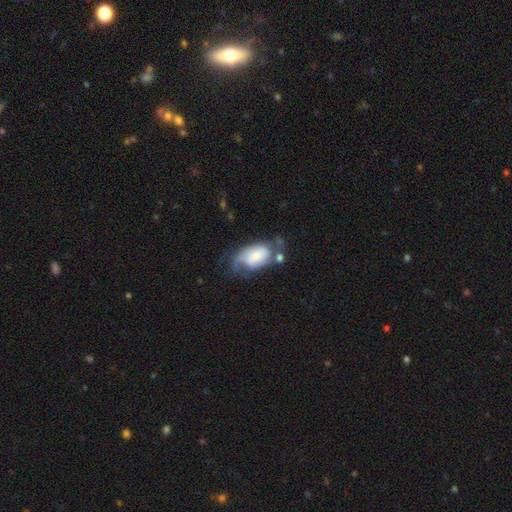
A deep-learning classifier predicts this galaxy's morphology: A smooth galaxy with no disk features (47%).

Vote fractions:
- Smooth or featured? smooth: 47% / featured or disk: 45% / star or artifact: 8%
- Merging? none: 34% / minor disturbance: 29% / major disturbance: 26% / merger: 11%